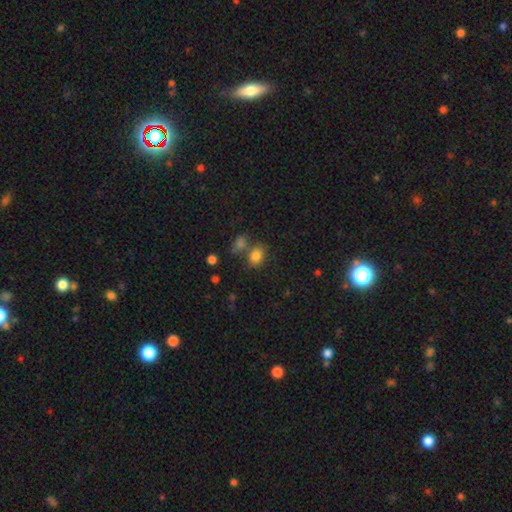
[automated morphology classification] This appears to be a smooth galaxy with no disk features (82%) that is in between round and cigar-shaped (64%). Merging: none (57%).